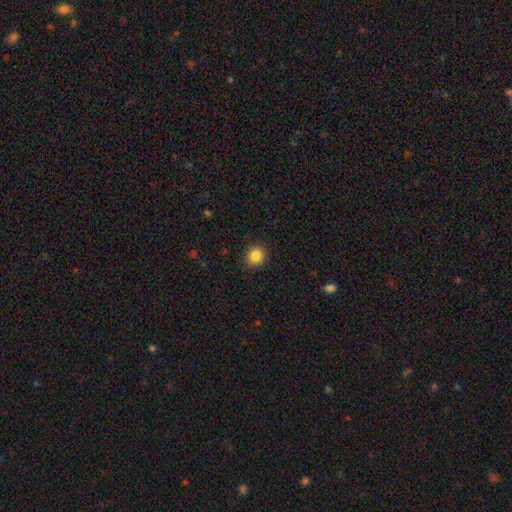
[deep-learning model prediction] smooth_or_featured: smooth (p=0.85) [alt: star or artifact p=0.11]
how_rounded: round (p=0.88) [alt: in between p=0.11]
merging: none (p=0.91) [alt: minor disturbance p=0.06]